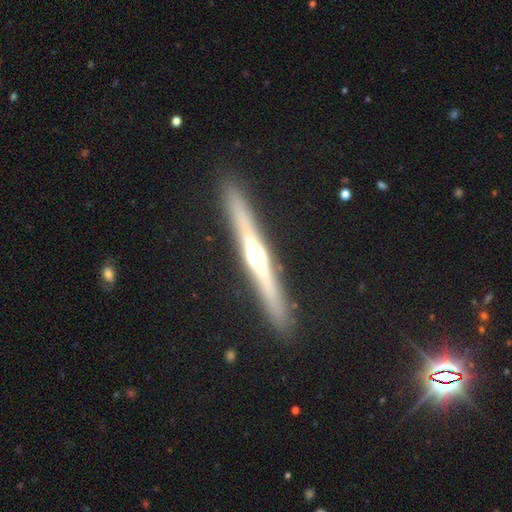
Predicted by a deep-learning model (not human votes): Smooth or featured? featured or disk (76%)
Edge-on disk? yes (98%)
Edge-on bulge? rounded (82%)
Merging? none (92%)